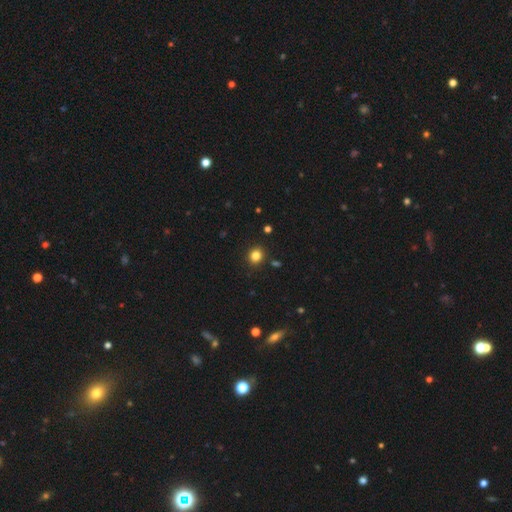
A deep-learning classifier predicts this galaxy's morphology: Q: Smooth or featured?
A: smooth (82%); runner-up: star or artifact (13%)
Q: How rounded?
A: round (79%); runner-up: in between (20%)
Q: Merging?
A: none (90%); runner-up: minor disturbance (6%)